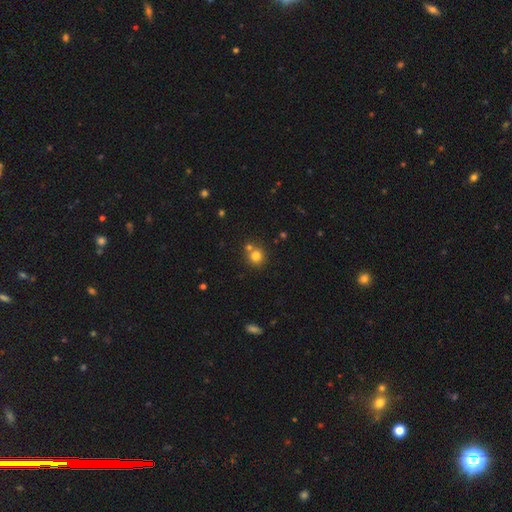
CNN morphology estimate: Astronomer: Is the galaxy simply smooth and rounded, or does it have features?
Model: smooth — 79%.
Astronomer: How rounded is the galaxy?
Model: round — 90%.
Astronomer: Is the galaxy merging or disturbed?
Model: none — 64%.